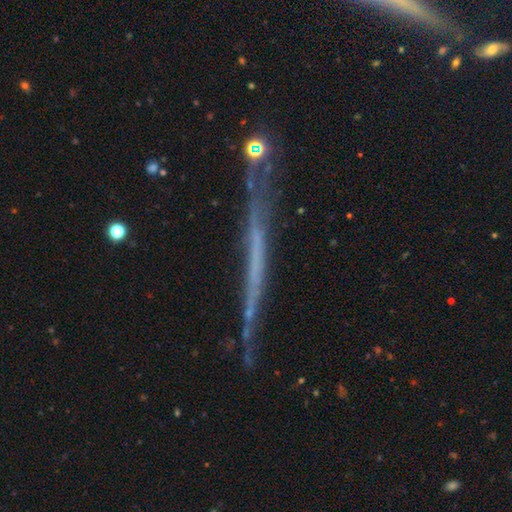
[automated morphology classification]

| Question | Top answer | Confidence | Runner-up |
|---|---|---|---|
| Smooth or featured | featured or disk | 68% | smooth (19%) |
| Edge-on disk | yes | 95% | no (5%) |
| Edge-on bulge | none | 77% | rounded (14%) |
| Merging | none | 77% | minor disturbance (15%) |